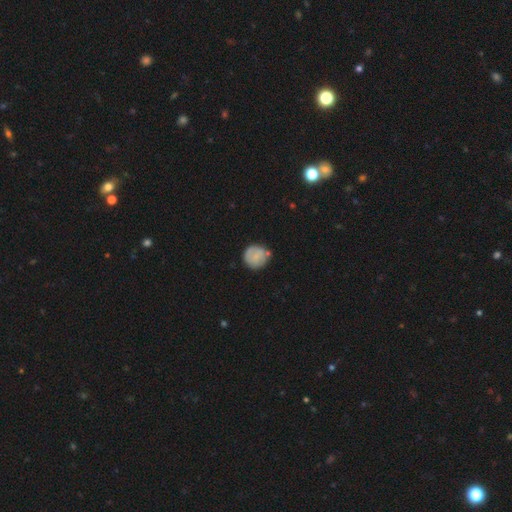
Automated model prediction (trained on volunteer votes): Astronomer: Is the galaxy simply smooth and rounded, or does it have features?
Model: smooth — 76%.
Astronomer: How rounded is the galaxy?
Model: round — 91%.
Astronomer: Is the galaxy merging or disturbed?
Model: none — 73%.